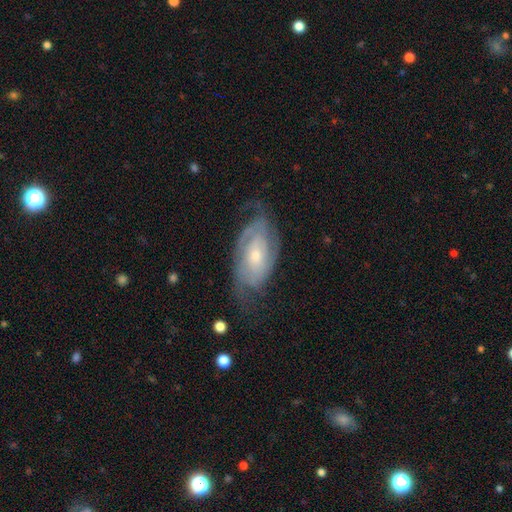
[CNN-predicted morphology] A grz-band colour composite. It shows a featured or disk galaxy (79%) with no bar (66%), 2 (43%) tight (55%) spiral arms (91%) and a small central bulge (54%). Merging: none (62%).